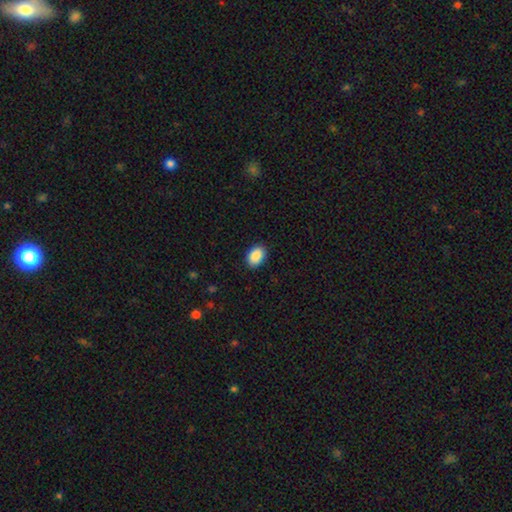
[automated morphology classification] Smooth or featured: smooth — 90% (star or artifact — 7%)
How rounded: in between — 85% (round — 14%)
Merging: none — 89% (minor disturbance — 8%)